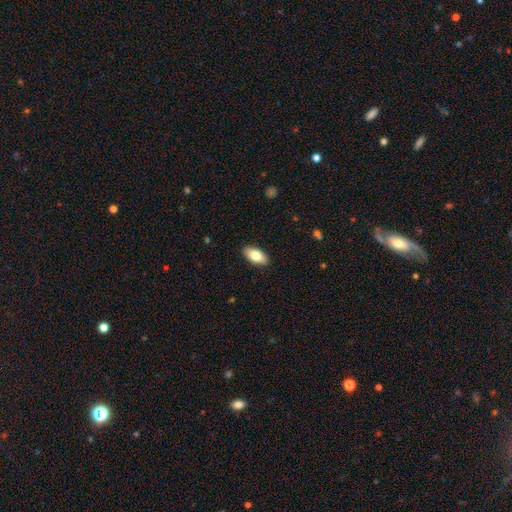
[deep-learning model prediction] smooth-or-featured: smooth: 78% | featured or disk: 15% | star or artifact: 6%
  how-rounded: in between: 91% | cigar-shaped: 6% | round: 3%
  merging: none: 90% | minor disturbance: 8% | major disturbance: 2% | merger: 1%